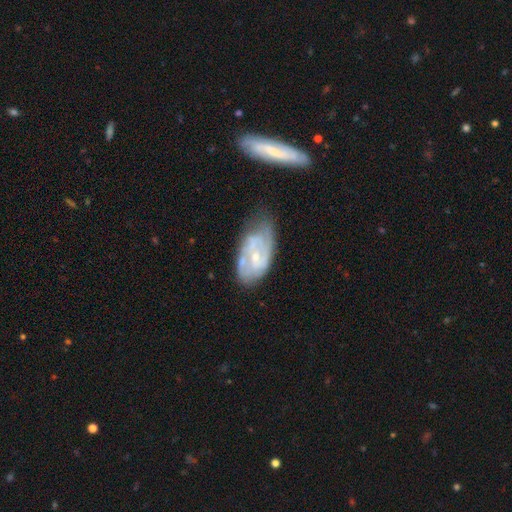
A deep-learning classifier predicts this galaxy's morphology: featured or disk 76%, smooth 18%, star or artifact 6%. Down the decision tree: edge-on disk — no (95%); bar — no (48%); spiral arms — yes (82%); spiral arm count — 2 (45%); spiral winding — tight (47%); bulge size — small (68%); merging — none (49%).